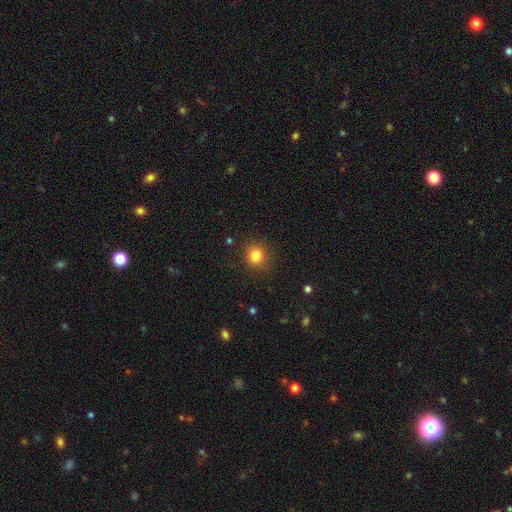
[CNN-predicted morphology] This appears to be a smooth galaxy with no disk features (83%) that is round (88%). Merging: none (87%).